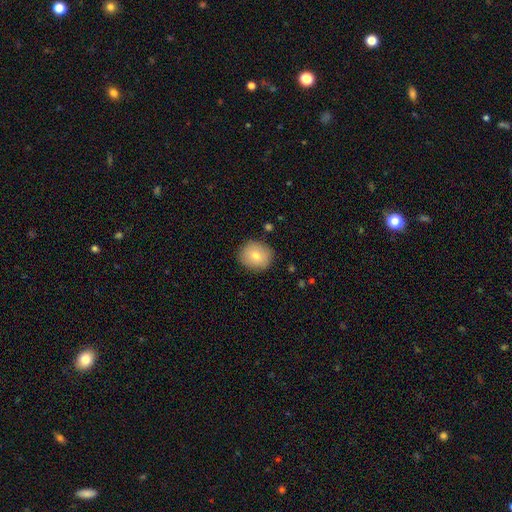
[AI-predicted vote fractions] Q: Smooth or featured?
A: smooth (76%); runner-up: featured or disk (15%)
Q: How rounded?
A: round (87%); runner-up: in between (12%)
Q: Merging?
A: none (88%); runner-up: minor disturbance (8%)